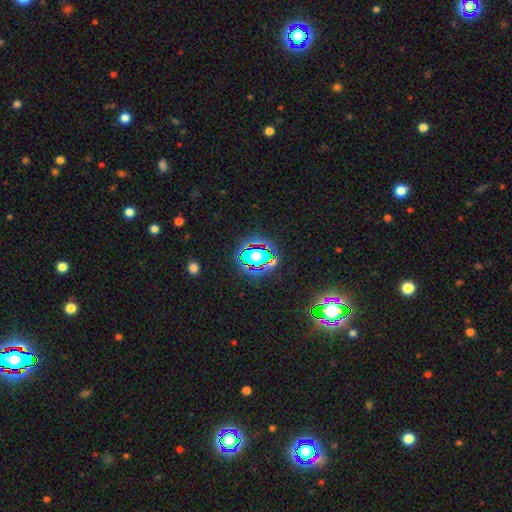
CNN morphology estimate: smooth_or_featured: star or artifact (p=0.54) [alt: smooth p=0.32]